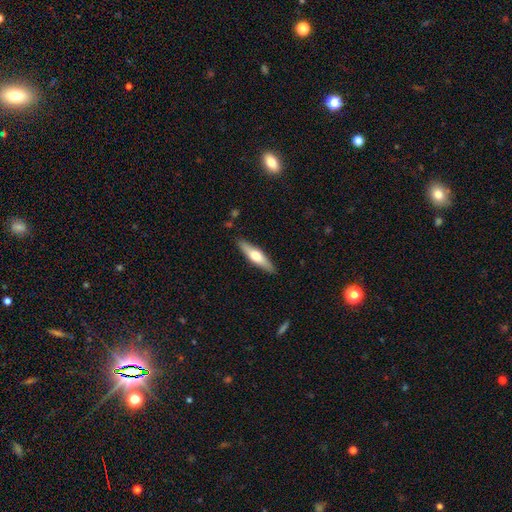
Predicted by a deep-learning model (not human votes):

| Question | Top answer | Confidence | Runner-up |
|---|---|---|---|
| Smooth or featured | smooth | 48% | featured or disk (47%) |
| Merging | none | 88% | minor disturbance (9%) |